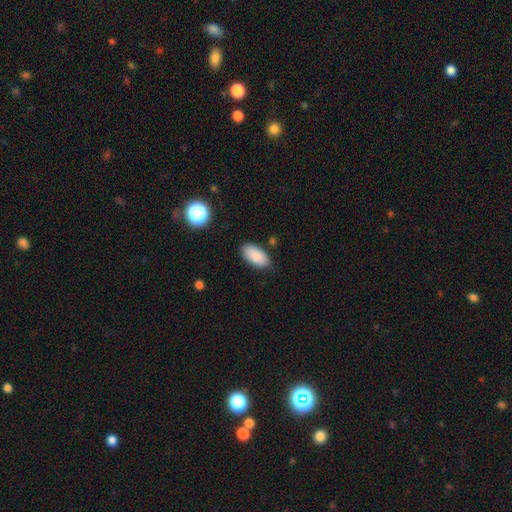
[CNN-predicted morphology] A smooth galaxy with no disk features (88%) that is in between round and cigar-shaped (93%). Merging: none (84%).